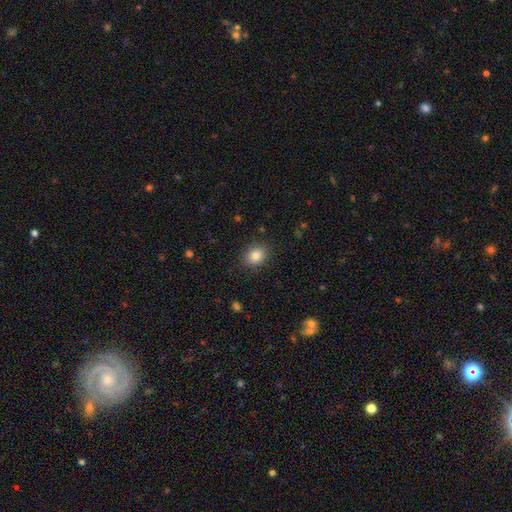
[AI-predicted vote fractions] A smooth galaxy with no disk features (84%) that is round (50%). Merging: none (87%).